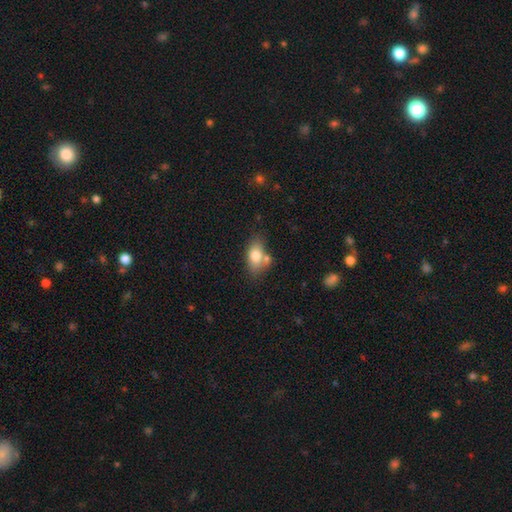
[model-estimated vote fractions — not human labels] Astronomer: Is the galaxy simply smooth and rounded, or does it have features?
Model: smooth — 77%.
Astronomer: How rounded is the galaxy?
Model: in between — 86%.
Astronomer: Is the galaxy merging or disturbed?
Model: none — 59%.